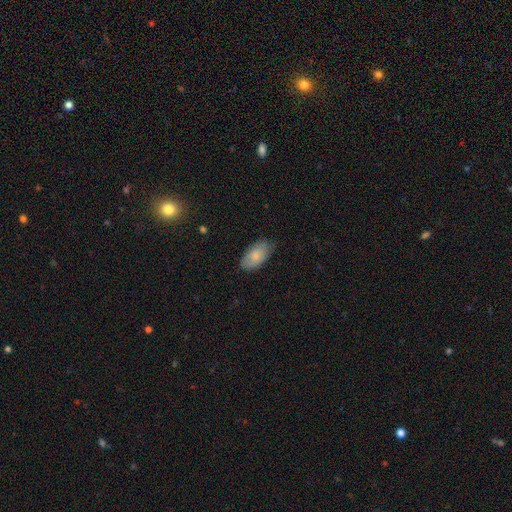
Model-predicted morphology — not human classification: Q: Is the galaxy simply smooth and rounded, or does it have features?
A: smooth — 80%.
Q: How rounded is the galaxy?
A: in between — 95%.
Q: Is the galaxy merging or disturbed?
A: none — 75%.